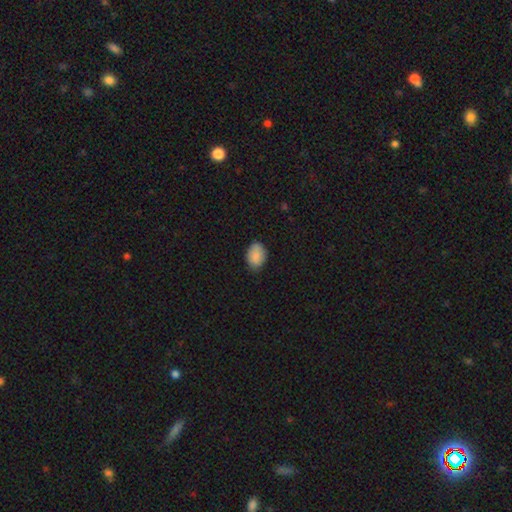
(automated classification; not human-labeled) Overall: smooth (88%). How rounded: in between (83%). Merging: none (79%).